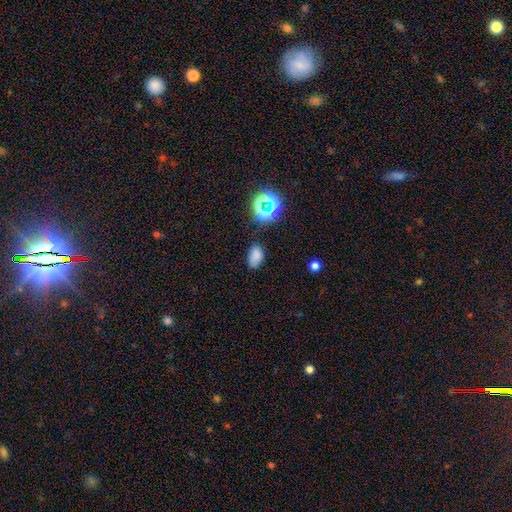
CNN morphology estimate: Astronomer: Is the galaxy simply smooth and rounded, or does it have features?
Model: smooth — 74%.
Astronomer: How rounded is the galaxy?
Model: in between — 89%.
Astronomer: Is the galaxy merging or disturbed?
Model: none — 72%.